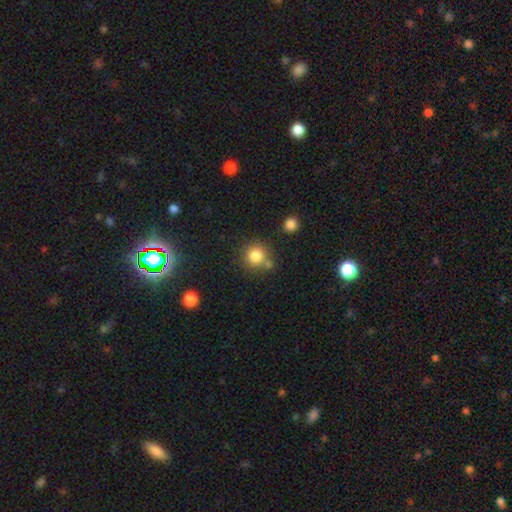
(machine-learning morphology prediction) This is clearly a smooth galaxy (82%). How rounded: clearly round (90%). Merging: likely none (69%).